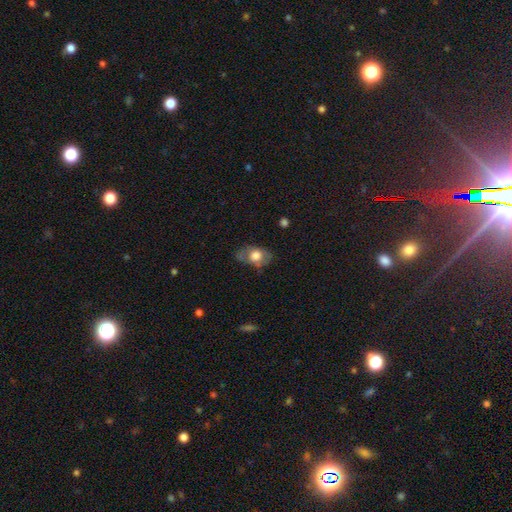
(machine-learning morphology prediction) A smooth galaxy with no disk features (62%) that is in between round and cigar-shaped (78%).

Vote fractions:
- Smooth or featured? smooth: 62% / featured or disk: 31% / star or artifact: 7%
- How rounded? in between: 78% / round: 20% / cigar-shaped: 2%
- Merging? none: 61% / minor disturbance: 26% / major disturbance: 11% / merger: 2%